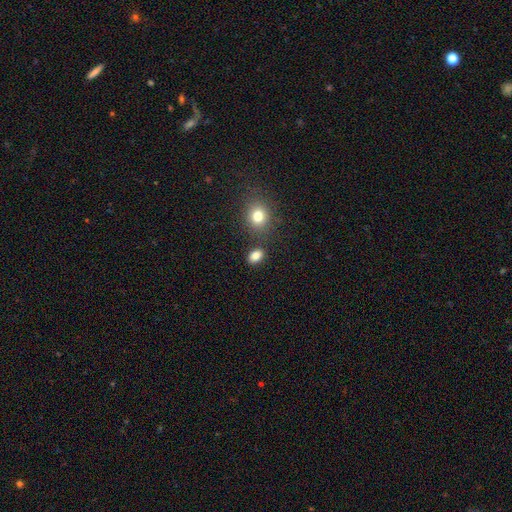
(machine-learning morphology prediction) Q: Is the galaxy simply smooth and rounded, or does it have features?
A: smooth — 83%.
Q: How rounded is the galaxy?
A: in between — 73%.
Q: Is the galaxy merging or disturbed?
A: none — 79%.